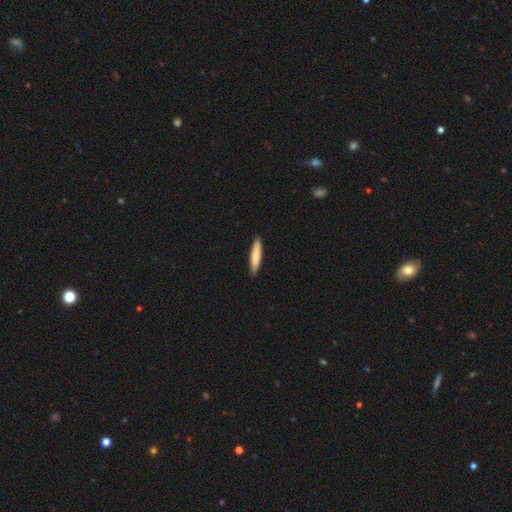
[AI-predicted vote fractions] Smooth or featured: smooth — 77% (featured or disk — 18%)
How rounded: cigar-shaped — 87% (in between — 12%)
Merging: none — 90% (minor disturbance — 8%)